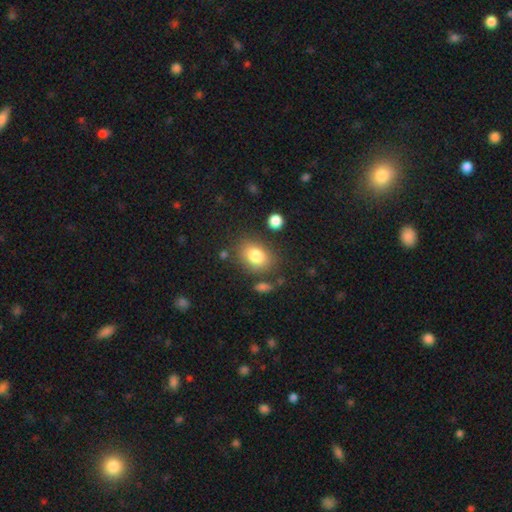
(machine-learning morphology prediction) The model was most divided on "how rounded": in between: 67%, round: 32%, cigar-shaped: 1%. More confident: smooth or featured — smooth (82%); merging — none (76%).